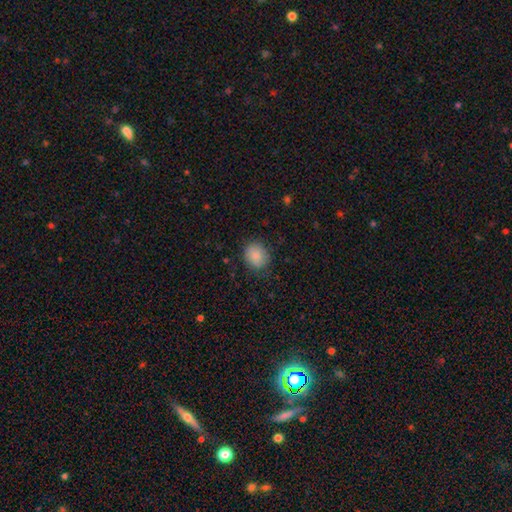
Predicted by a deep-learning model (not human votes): A smooth galaxy with no disk features (87%) that is round (70%). Merging: none (79%).